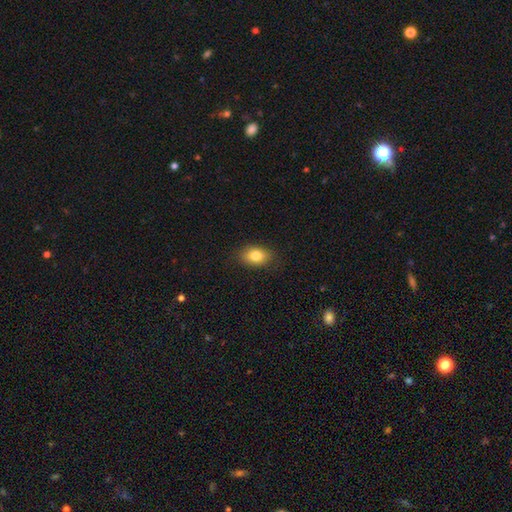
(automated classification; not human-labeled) Q: Smooth or featured?
A: smooth (81%); runner-up: featured or disk (10%)
Q: How rounded?
A: in between (80%); runner-up: round (18%)
Q: Merging?
A: none (85%); runner-up: minor disturbance (12%)